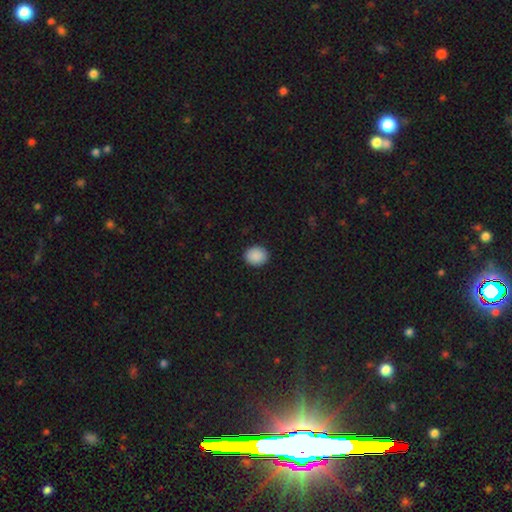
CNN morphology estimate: A smooth galaxy with no disk features (90%) that is round (64%).

Vote fractions:
- Smooth or featured? smooth: 90% / star or artifact: 8% / featured or disk: 2%
- How rounded? round: 64% / in between: 36% / cigar-shaped: 1%
- Merging? none: 91% / minor disturbance: 6% / major disturbance: 2% / merger: 1%